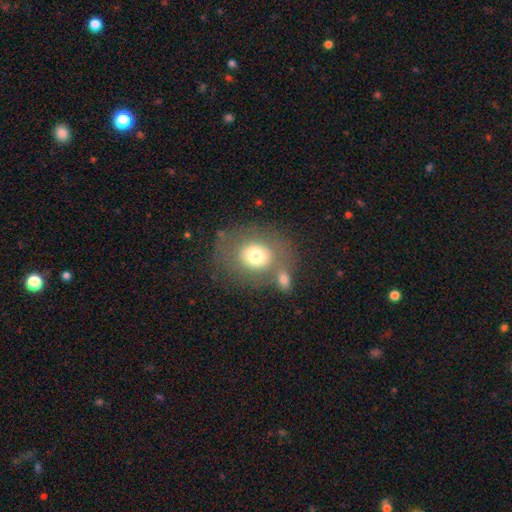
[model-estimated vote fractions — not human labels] Overall: smooth (71%). How rounded: round (66%; in between 33%). Merging: none (58%; merger 19%).